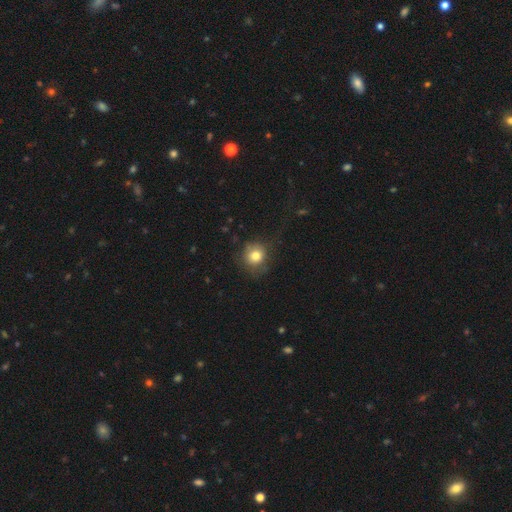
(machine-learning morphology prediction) A smooth galaxy with no disk features (79%) that is round (87%). Merging: none (69%).